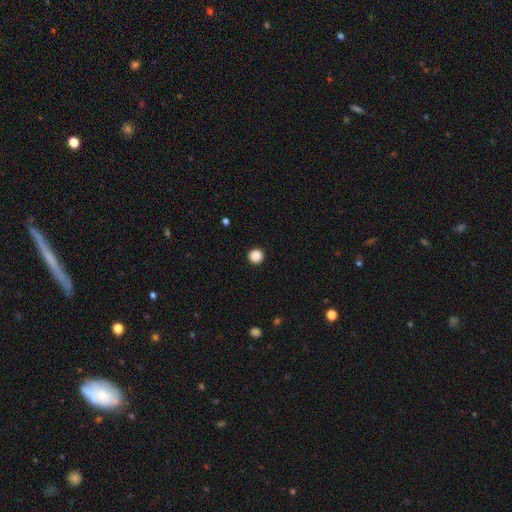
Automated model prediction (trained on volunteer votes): Morphology: type=smooth (88%); roundness=round (96%); merging=none (94%).